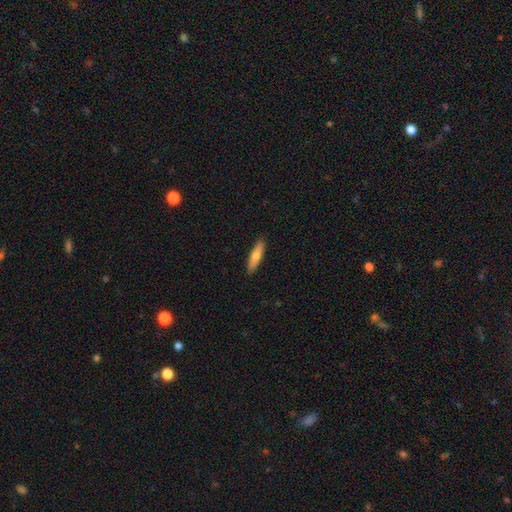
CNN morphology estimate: This appears to be a smooth galaxy with no disk features (67%) that is cigar-shaped (75%). Merging: none (91%).